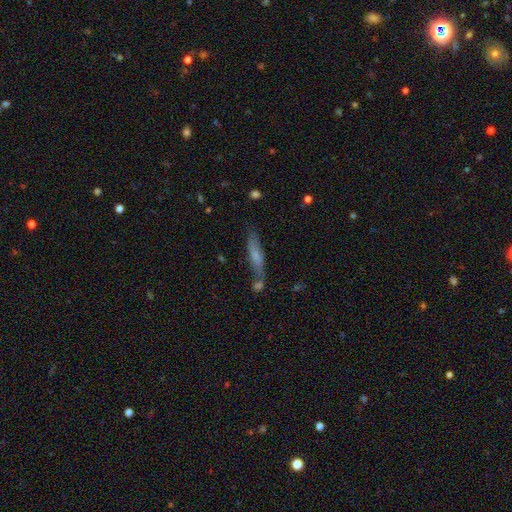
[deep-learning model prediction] Smooth or featured? Predicted: smooth (p=0.57). How rounded? Predicted: cigar-shaped (p=0.83). Merging? Predicted: none (p=0.59).